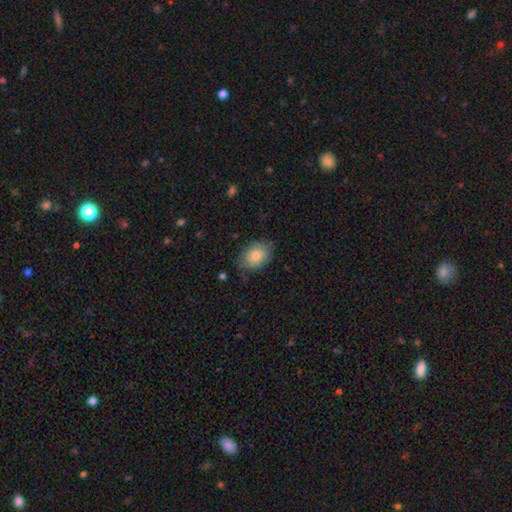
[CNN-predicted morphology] This is clearly a smooth galaxy (81%). How rounded: likely in between (72%). Merging: likely none (70%).